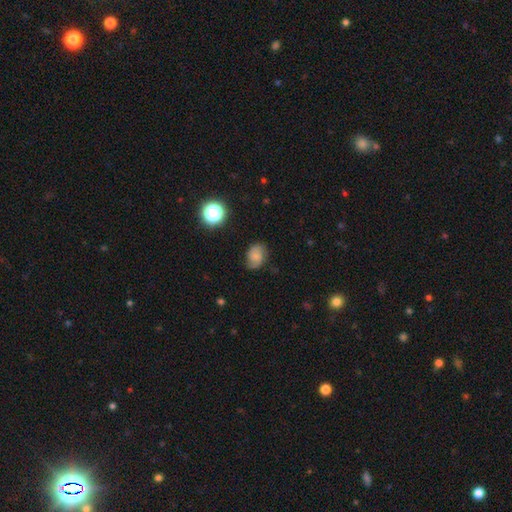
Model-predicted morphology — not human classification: This appears to be a smooth galaxy with no disk features (45%). Merging: none (72%).